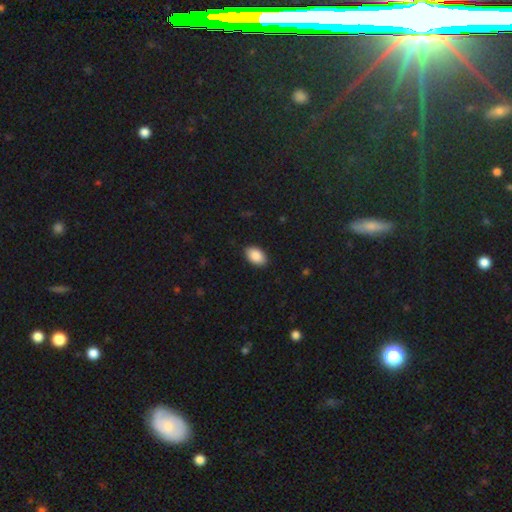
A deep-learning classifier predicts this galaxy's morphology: smooth-or-featured: smooth: 90% | star or artifact: 7% | featured or disk: 4%
  how-rounded: in between: 91% | round: 8% | cigar-shaped: 1%
  merging: none: 89% | minor disturbance: 8% | major disturbance: 2% | merger: 1%